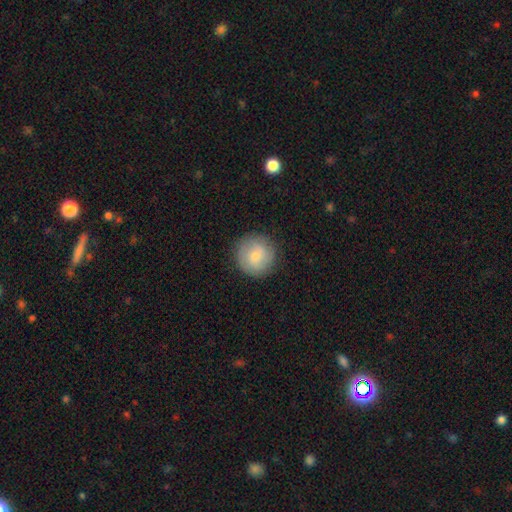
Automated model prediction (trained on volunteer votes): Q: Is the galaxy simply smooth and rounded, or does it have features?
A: smooth — 70%.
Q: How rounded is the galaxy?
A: round — 95%.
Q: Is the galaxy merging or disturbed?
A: none — 87%.